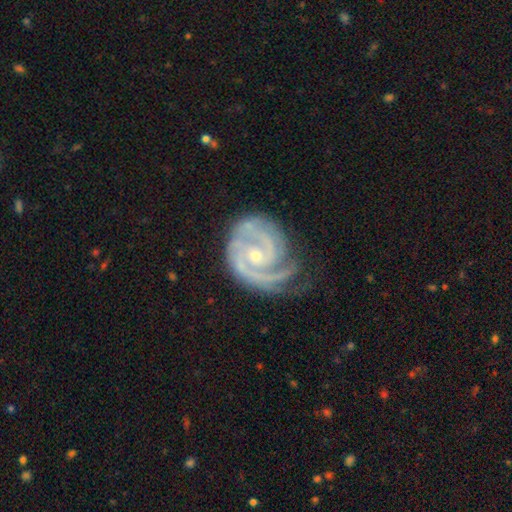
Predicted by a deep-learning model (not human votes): A featured or disk galaxy (92%) with no bar (62%), 2 (62%) tight (67%) spiral arms (98%) and a small central bulge (66%). Merging: none (63%).